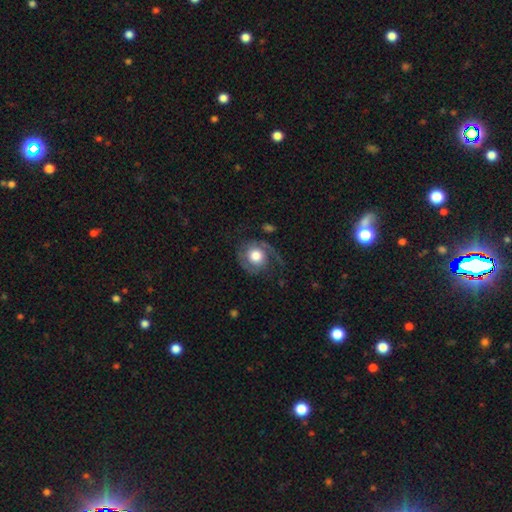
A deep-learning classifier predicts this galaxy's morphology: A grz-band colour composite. It shows a featured or disk galaxy (62%) with no bar (79%), spiral arms (84%) and a large central bulge (48%). Merging: none (56%).